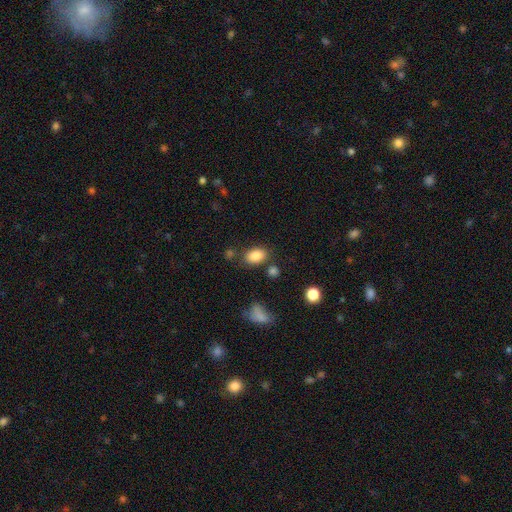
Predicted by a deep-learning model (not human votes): smooth_or_featured: smooth (p=0.85) [alt: star or artifact p=0.09]
how_rounded: in between (p=0.83) [alt: round p=0.16]
merging: none (p=0.74) [alt: minor disturbance p=0.14]